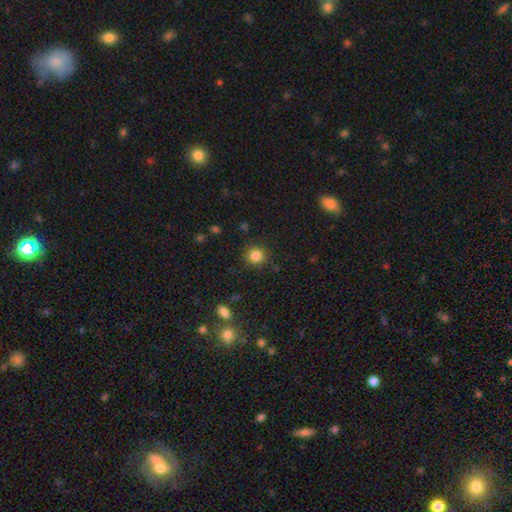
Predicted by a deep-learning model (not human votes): A smooth galaxy with no disk features (84%) that is round (90%).

Vote fractions:
- Smooth or featured? smooth: 84% / star or artifact: 11% / featured or disk: 4%
- How rounded? round: 90% / in between: 9% / cigar-shaped: 1%
- Merging? none: 88% / minor disturbance: 8% / major disturbance: 3% / merger: 2%